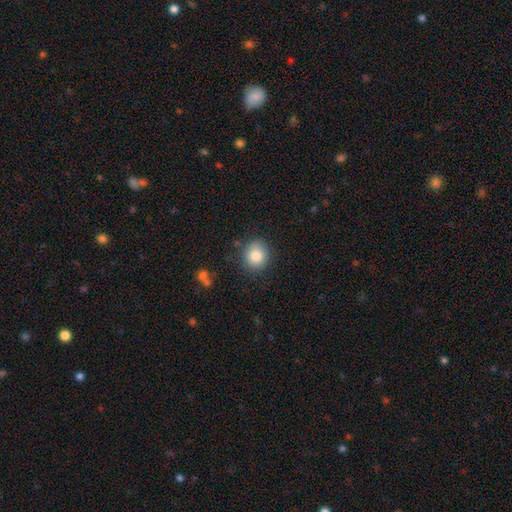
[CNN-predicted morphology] This appears to be a smooth galaxy with no disk features (84%) that is round (82%). Merging: none (83%).